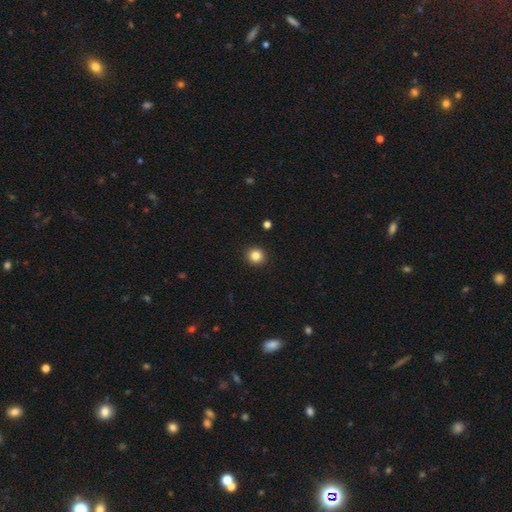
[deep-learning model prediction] Overall: smooth (84%). How rounded: round (91%). Merging: none (93%).